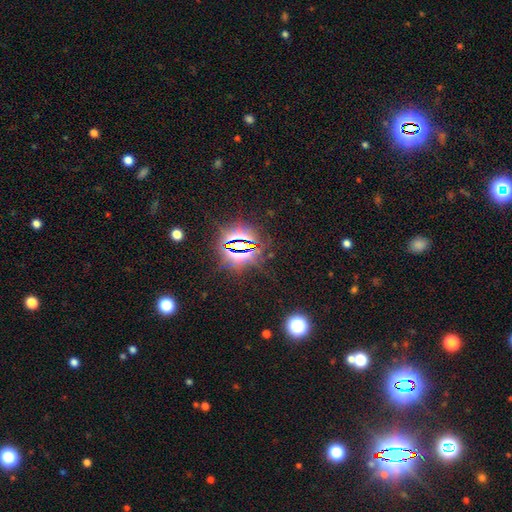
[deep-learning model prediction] A star or artifact, not a galaxy (82%).